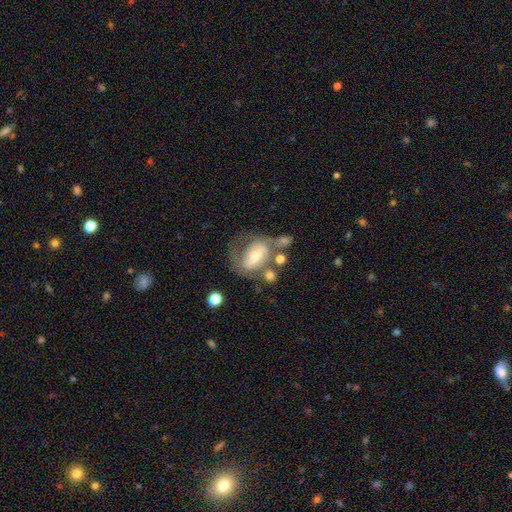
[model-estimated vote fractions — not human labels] Smooth or featured? Predicted: featured or disk (p=0.68). Edge-on disk? Predicted: no (p=0.94). Bar? Predicted: strong (p=0.41). Spiral arms? Predicted: yes (p=0.67). Bulge size? Predicted: moderate (p=0.54). Merging? Predicted: none (p=0.38).